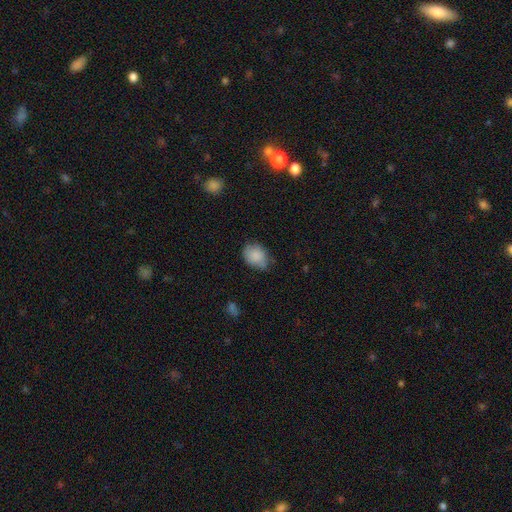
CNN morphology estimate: smooth-or-featured: smooth: 84% | featured or disk: 9% | star or artifact: 8%
  how-rounded: in between: 63% | round: 36% | cigar-shaped: 1%
  merging: none: 61% | minor disturbance: 30% | major disturbance: 6% | merger: 3%